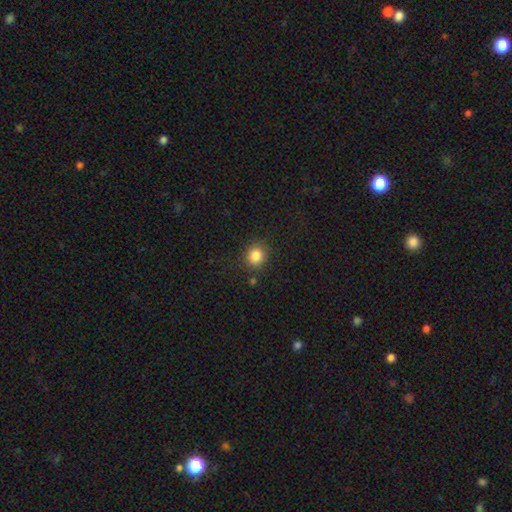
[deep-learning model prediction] Q: Smooth or featured?
A: smooth (84%); runner-up: star or artifact (11%)
Q: How rounded?
A: round (86%); runner-up: in between (13%)
Q: Merging?
A: none (86%); runner-up: minor disturbance (9%)